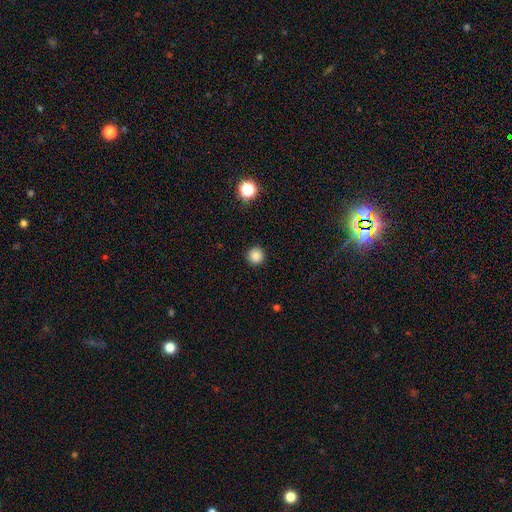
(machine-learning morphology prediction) Q: Smooth or featured?
A: smooth (86%); runner-up: star or artifact (11%)
Q: How rounded?
A: round (95%); runner-up: in between (4%)
Q: Merging?
A: none (92%); runner-up: minor disturbance (5%)